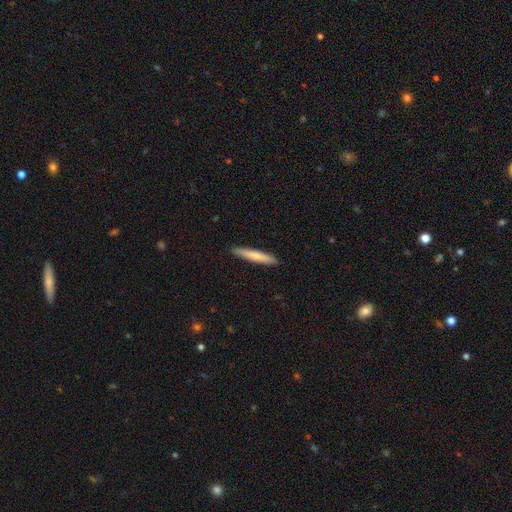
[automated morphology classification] smooth-or-featured: smooth: 72% | featured or disk: 23% | star or artifact: 5%
  how-rounded: cigar-shaped: 93% | in between: 5% | round: 1%
  merging: none: 91% | minor disturbance: 6% | major disturbance: 1% | merger: 1%